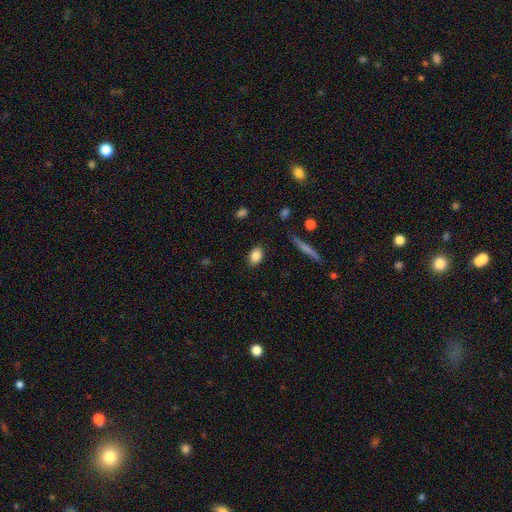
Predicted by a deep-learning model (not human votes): Q: Smooth or featured?
A: smooth (85%); runner-up: star or artifact (8%)
Q: How rounded?
A: in between (82%); runner-up: round (15%)
Q: Merging?
A: none (85%); runner-up: minor disturbance (10%)